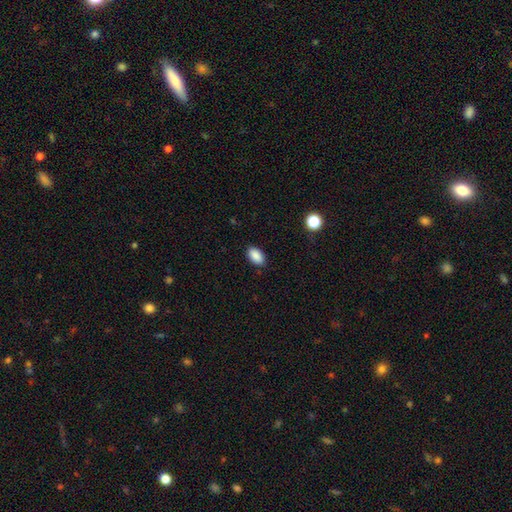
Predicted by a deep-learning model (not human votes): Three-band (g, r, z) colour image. It shows a smooth galaxy with no disk features (89%) that is in between round and cigar-shaped (93%). Merging: none (87%).